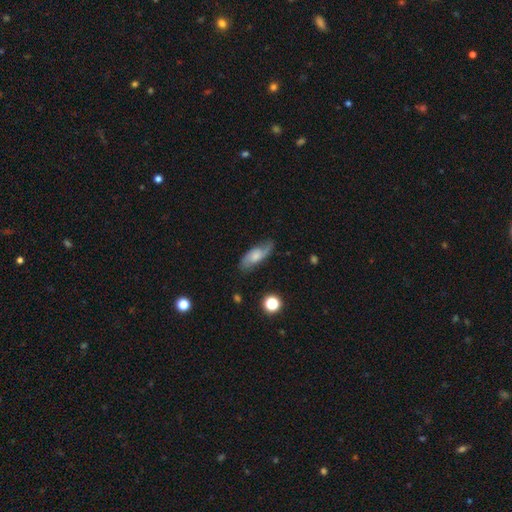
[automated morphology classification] Smooth or featured: smooth — 47% (featured or disk — 45%)
Merging: none — 72% (minor disturbance — 20%)